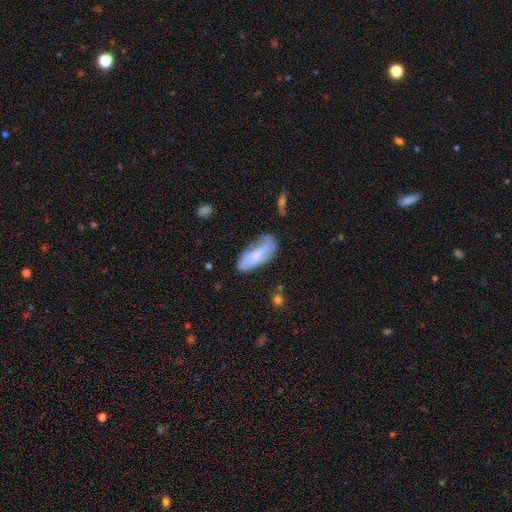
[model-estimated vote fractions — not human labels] Morphology: type=smooth (59%); roundness=in between (76%); merging=none (50%).